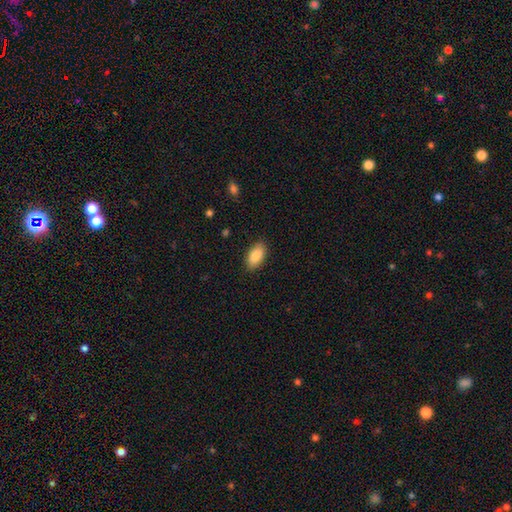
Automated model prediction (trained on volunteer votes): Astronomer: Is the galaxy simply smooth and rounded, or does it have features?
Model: smooth — 87%.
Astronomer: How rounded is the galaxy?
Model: in between — 93%.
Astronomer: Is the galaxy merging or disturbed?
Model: none — 87%.